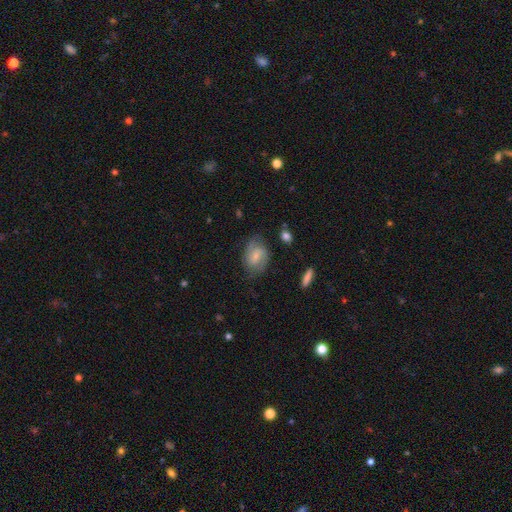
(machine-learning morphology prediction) The model was most divided on "smooth or featured" (2-way tie): featured or disk: 46%, smooth: 46%, star or artifact: 8%. More confident: merging — none (65%).